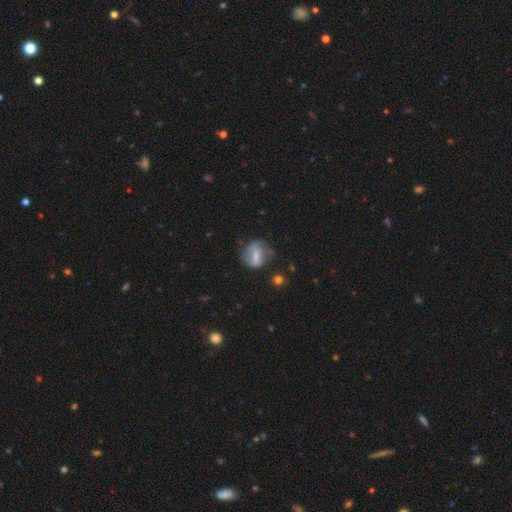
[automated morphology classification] Overall: smooth (53%; featured or disk 38%). How rounded: round (56%; in between 40%). Merging: none (56%; minor disturbance 27%).